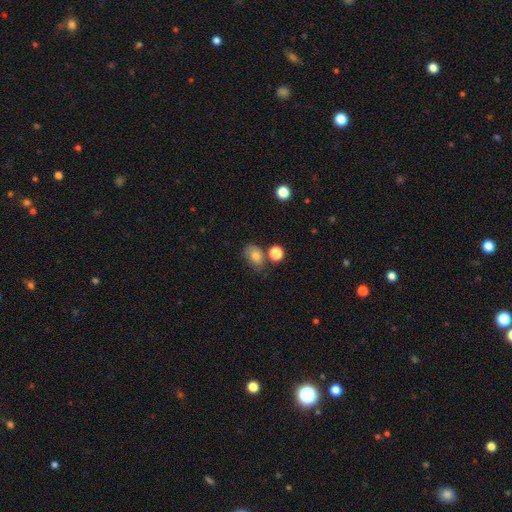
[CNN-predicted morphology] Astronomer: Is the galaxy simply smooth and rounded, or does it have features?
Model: smooth — 72%.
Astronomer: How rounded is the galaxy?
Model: in between — 65%.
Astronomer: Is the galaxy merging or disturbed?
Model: none — 48% (runner-up: minor disturbance, 28%).